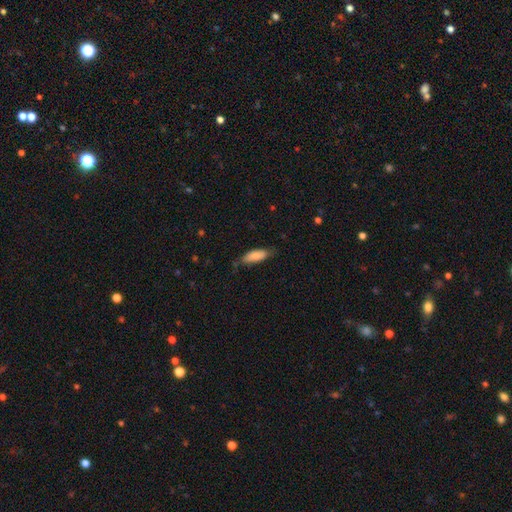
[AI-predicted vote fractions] Smooth or featured? smooth (82%)
How rounded? in between (68%)
Merging? none (68%)